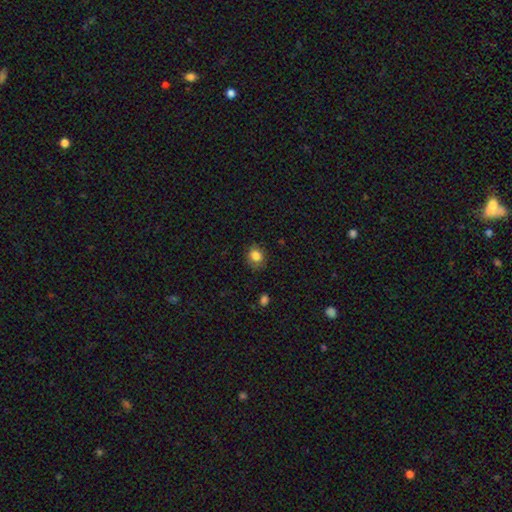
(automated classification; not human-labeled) smooth 84%, star or artifact 10%, featured or disk 6%. Down the decision tree: how rounded — round (59%); merging — none (81%).